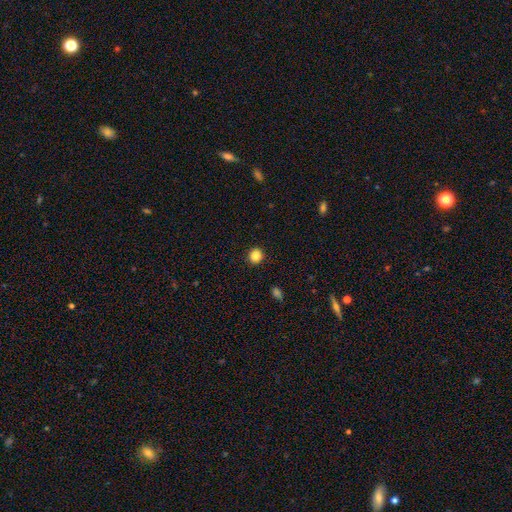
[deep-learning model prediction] A smooth galaxy with no disk features (86%) that is round (90%).

Vote fractions:
- Smooth or featured? smooth: 86% / star or artifact: 11% / featured or disk: 3%
- How rounded? round: 90% / in between: 9% / cigar-shaped: 1%
- Merging? none: 92% / minor disturbance: 5% / major disturbance: 2% / merger: 1%